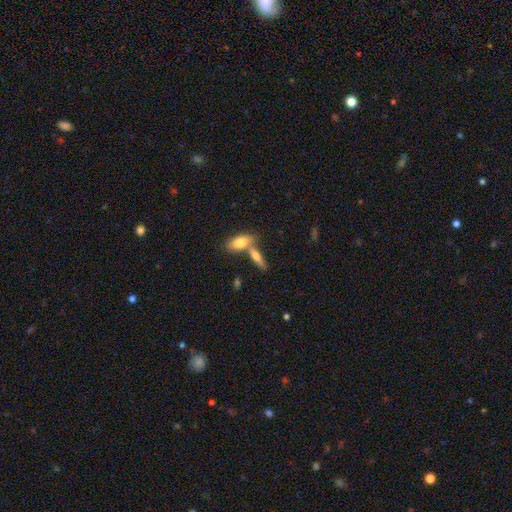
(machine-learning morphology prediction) This appears to be a smooth galaxy with no disk features (70%) that is in between round and cigar-shaped (55%). Merging: none (45%).